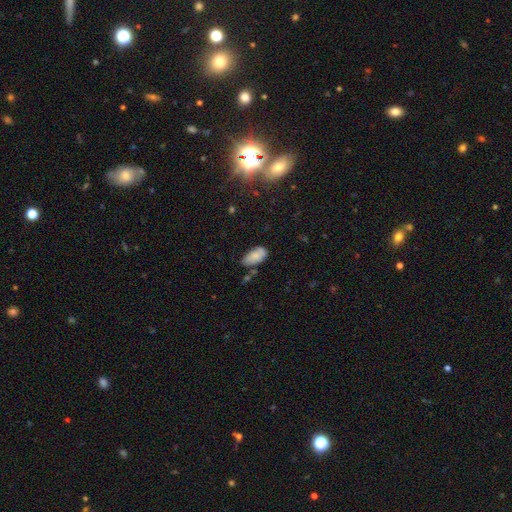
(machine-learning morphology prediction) Overall: smooth (80%). How rounded: in between (93%). Merging: none (55%; minor disturbance 31%).